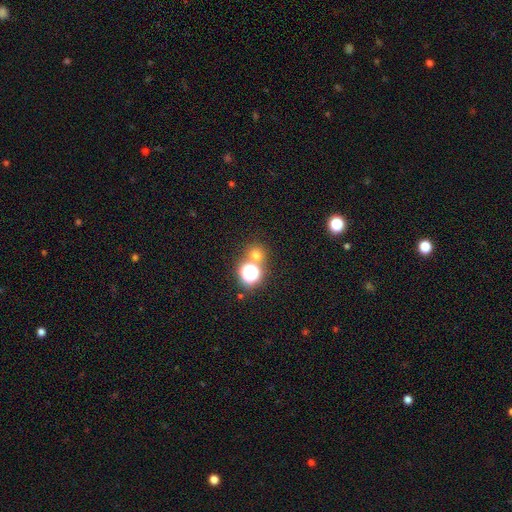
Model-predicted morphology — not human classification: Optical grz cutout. It shows a smooth galaxy with no disk features (63%) that is round (88%). Merging: none (67%).